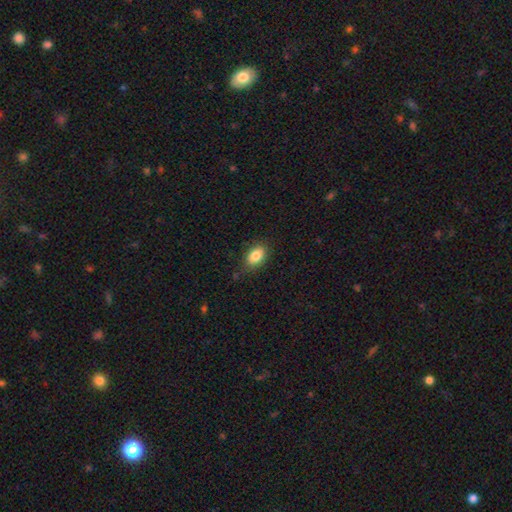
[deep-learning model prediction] smooth_or_featured: smooth (p=0.84) [alt: star or artifact p=0.08]
how_rounded: in between (p=0.86) [alt: round p=0.12]
merging: none (p=0.76) [alt: minor disturbance p=0.19]